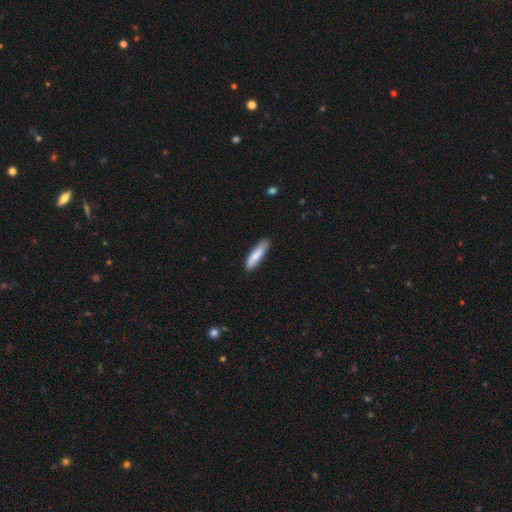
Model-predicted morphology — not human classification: Overall: smooth (83%). How rounded: cigar-shaped (73%). Merging: none (84%).